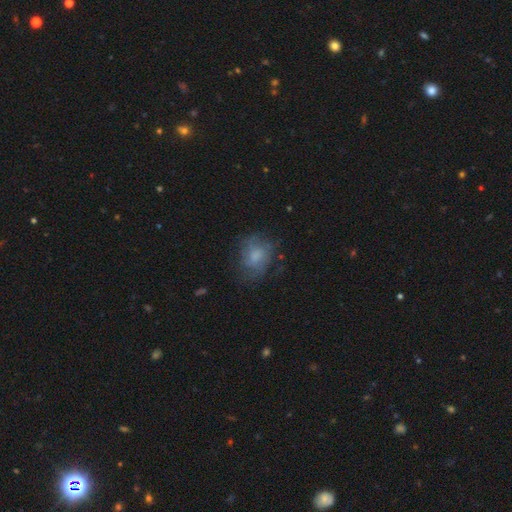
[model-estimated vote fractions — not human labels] Q: Smooth or featured?
A: smooth (50%); runner-up: featured or disk (39%)
Q: How rounded?
A: round (52%); runner-up: in between (47%)
Q: Merging?
A: none (63%); runner-up: minor disturbance (22%)